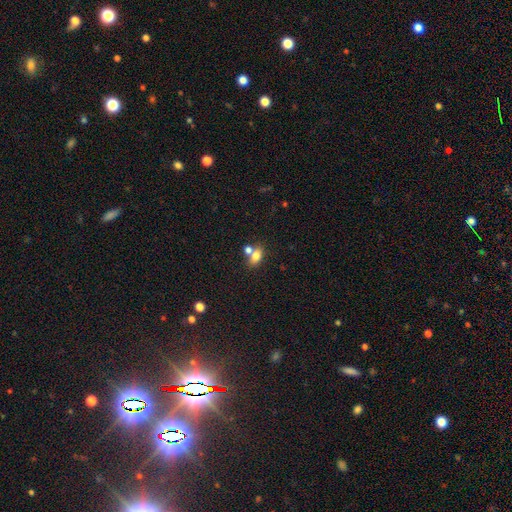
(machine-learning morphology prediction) This is likely a smooth galaxy (76%). How rounded: likely in between (80%). Merging: possibly none (48%).